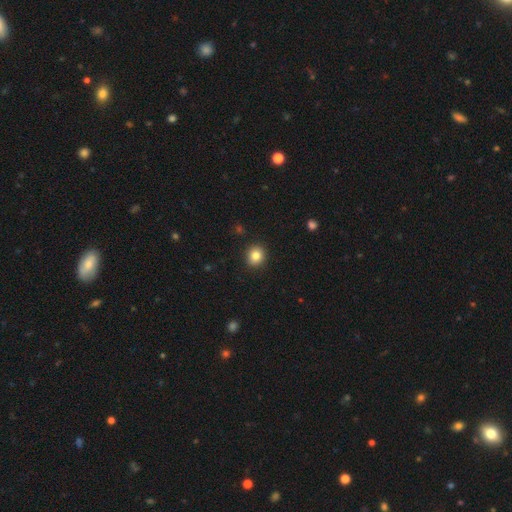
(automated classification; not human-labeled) Smooth or featured?
  - smooth: 84% *
  - star or artifact: 10%
  - featured or disk: 6%
How rounded?
  - round: 82% *
  - in between: 17%
  - cigar-shaped: 1%
Merging?
  - none: 91% *
  - minor disturbance: 6%
  - major disturbance: 2%
  - merger: 1%